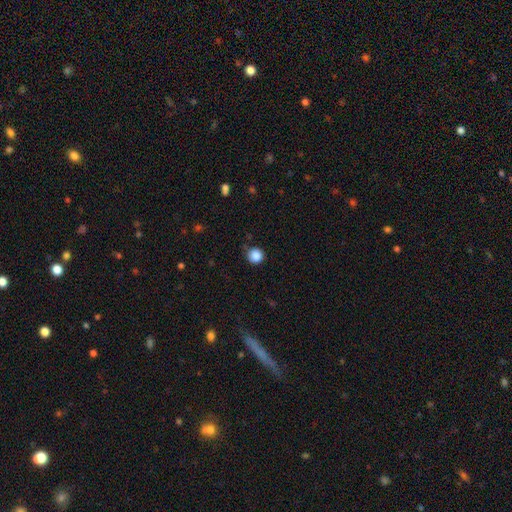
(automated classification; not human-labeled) The model was most divided on "merging": none: 83%, minor disturbance: 12%, major disturbance: 3%, merger: 2%. More confident: how rounded — round (93%); smooth or featured — smooth (87%).